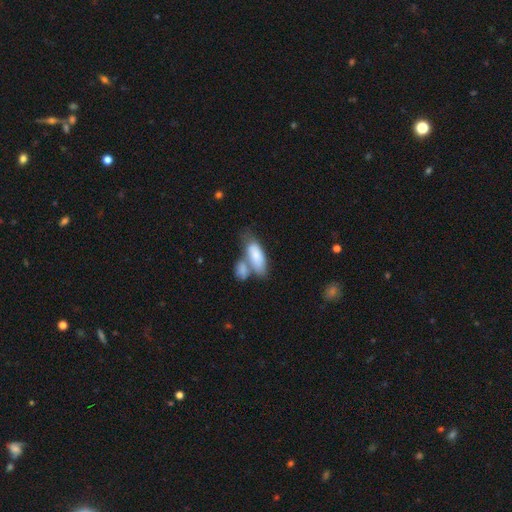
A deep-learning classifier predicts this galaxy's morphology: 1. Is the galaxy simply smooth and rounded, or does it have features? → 77% smooth, 17% featured or disk, 6% star or artifact.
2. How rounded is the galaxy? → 82% in between, 15% cigar-shaped, 3% round.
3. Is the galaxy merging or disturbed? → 54% merger, 24% none, 14% minor disturbance, 8% major disturbance.